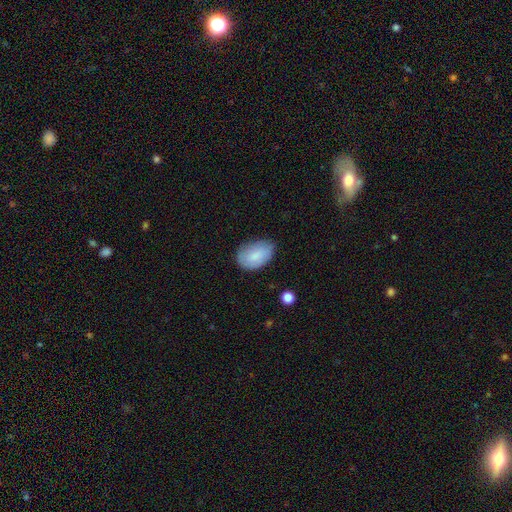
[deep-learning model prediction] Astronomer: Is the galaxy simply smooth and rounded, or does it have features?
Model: smooth — 81%.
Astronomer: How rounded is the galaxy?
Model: in between — 89%.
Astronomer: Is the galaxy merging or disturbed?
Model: none — 69%.